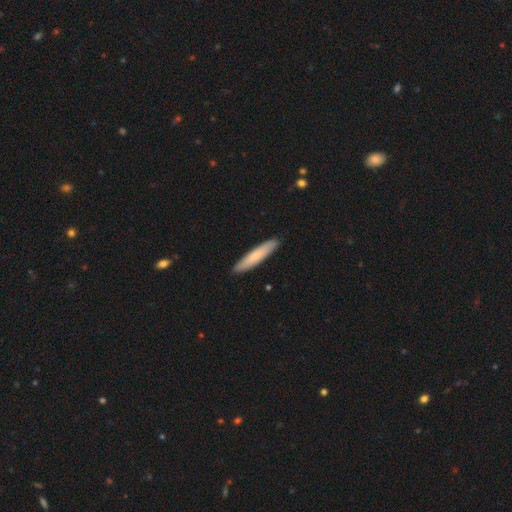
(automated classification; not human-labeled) Overall: smooth (74%). How rounded: cigar-shaped (89%). Merging: none (91%).